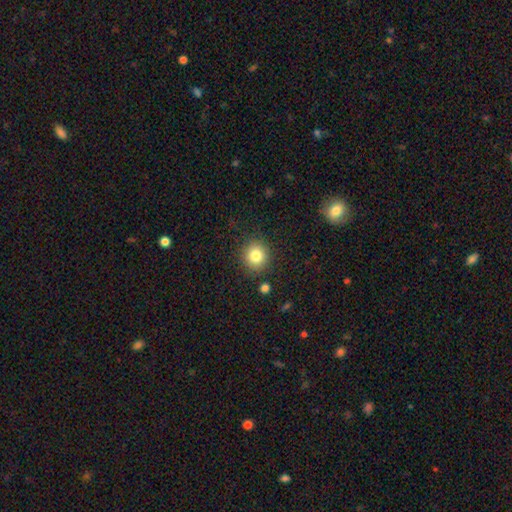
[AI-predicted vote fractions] Q: Smooth or featured?
A: smooth (82%); runner-up: star or artifact (11%)
Q: How rounded?
A: round (91%); runner-up: in between (9%)
Q: Merging?
A: none (88%); runner-up: minor disturbance (8%)